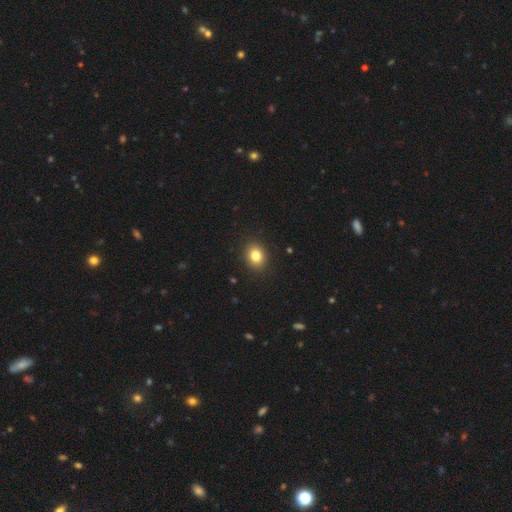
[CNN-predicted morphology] type=smooth (83%); roundness=round (55%); merging=none (90%).